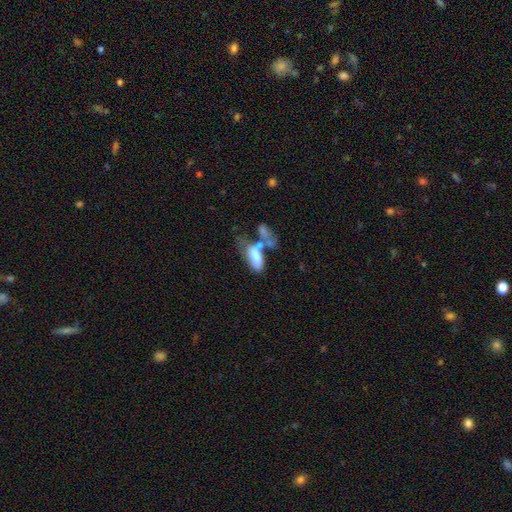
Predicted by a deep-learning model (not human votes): Smooth or featured: smooth — 68% (featured or disk — 24%)
How rounded: in between — 75% (cigar-shaped — 22%)
Merging: merger — 48% (major disturbance — 21%)